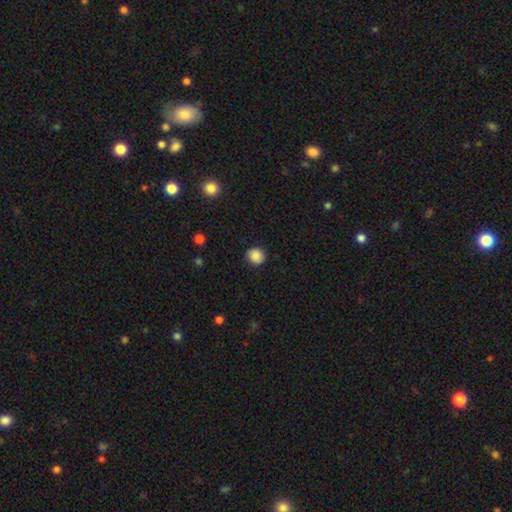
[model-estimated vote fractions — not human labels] smooth_or_featured: smooth (p=0.87) [alt: star or artifact p=0.09]
how_rounded: round (p=0.90) [alt: in between p=0.09]
merging: none (p=0.90) [alt: minor disturbance p=0.07]